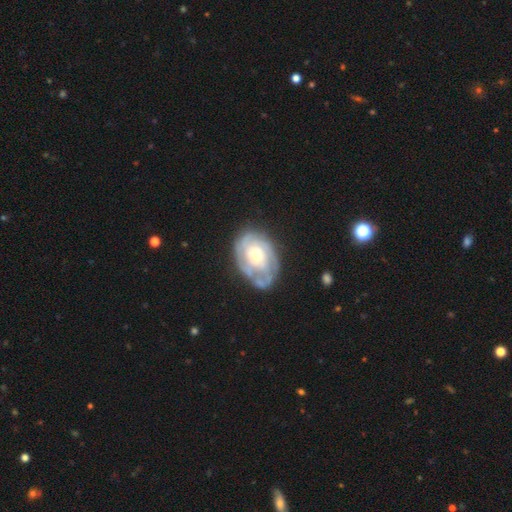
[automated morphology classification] type=featured or disk (73%); edge-on=no (97%); bar=no (80%); spiral arms=yes (77%); winding=tight (65%); arm count=can't tell (52%); bulge=moderate (49%); merging=none (61%).